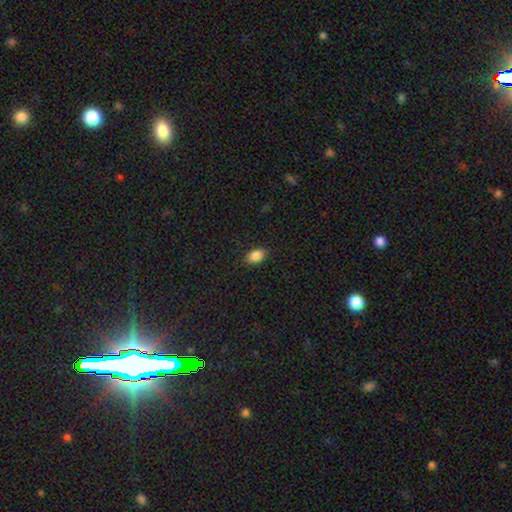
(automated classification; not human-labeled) Smooth or featured: smooth — 87% (star or artifact — 9%)
How rounded: in between — 85% (round — 13%)
Merging: none — 87% (minor disturbance — 9%)